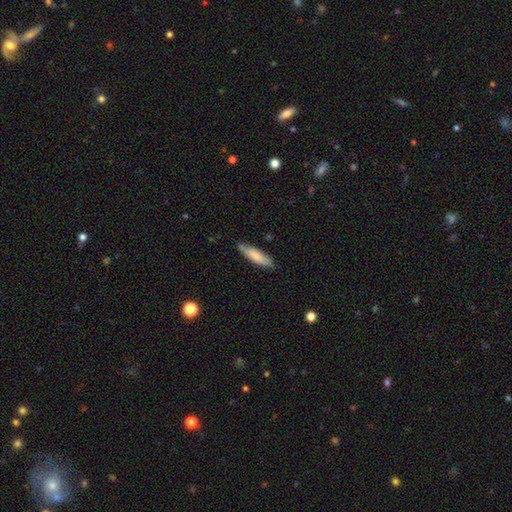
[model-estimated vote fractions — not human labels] Morphology: type=smooth (77%); roundness=cigar-shaped (66%); merging=none (78%).